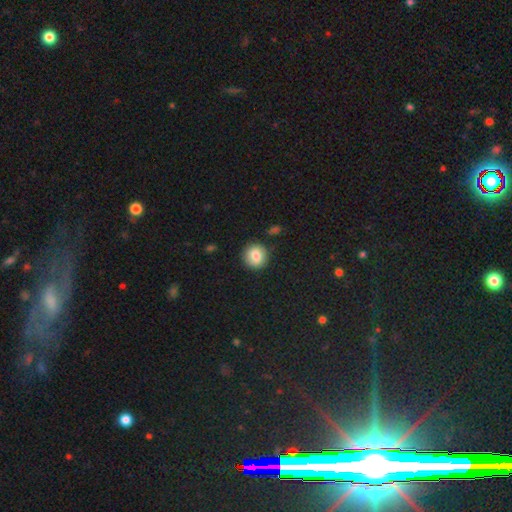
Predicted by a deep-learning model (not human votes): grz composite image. It shows a smooth galaxy with no disk features (82%) that is round (89%). Merging: none (86%).